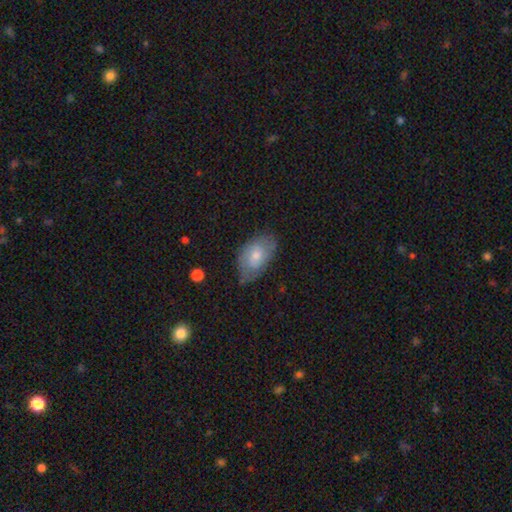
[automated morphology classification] Smooth or featured?
  - smooth: 57% *
  - featured or disk: 35%
  - star or artifact: 7%
How rounded?
  - in between: 91% *
  - round: 7%
  - cigar-shaped: 2%
Merging?
  - none: 65% *
  - minor disturbance: 27%
  - major disturbance: 7%
  - merger: 1%